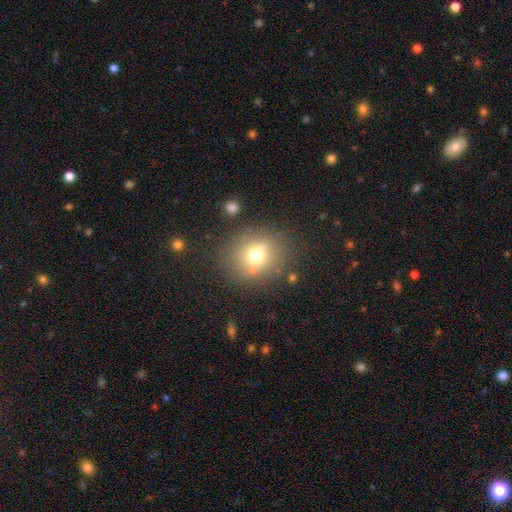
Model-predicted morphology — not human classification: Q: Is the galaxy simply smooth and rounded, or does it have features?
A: smooth — 67%.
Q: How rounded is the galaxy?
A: round — 72%.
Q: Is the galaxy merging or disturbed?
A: none — 77%.